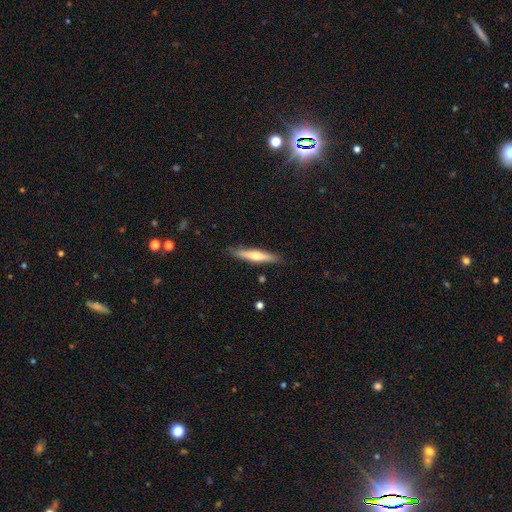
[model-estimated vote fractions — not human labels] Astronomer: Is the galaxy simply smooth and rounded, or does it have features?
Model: smooth — 50% (runner-up: featured or disk, 44%).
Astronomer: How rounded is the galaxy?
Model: cigar-shaped — 89%.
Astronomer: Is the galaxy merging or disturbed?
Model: none — 87%.